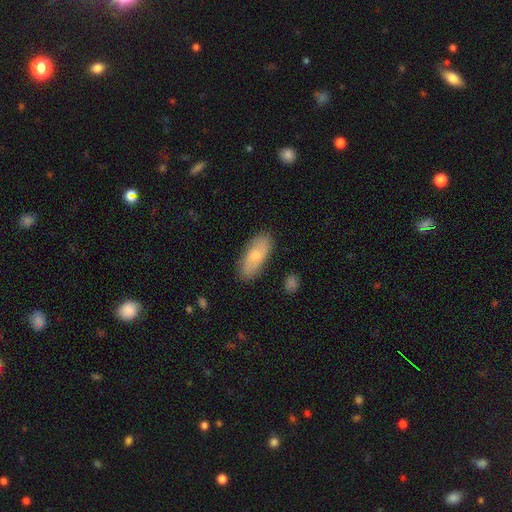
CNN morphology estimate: This appears to be a smooth galaxy with no disk features (67%) that is in between round and cigar-shaped (80%). Merging: none (84%).